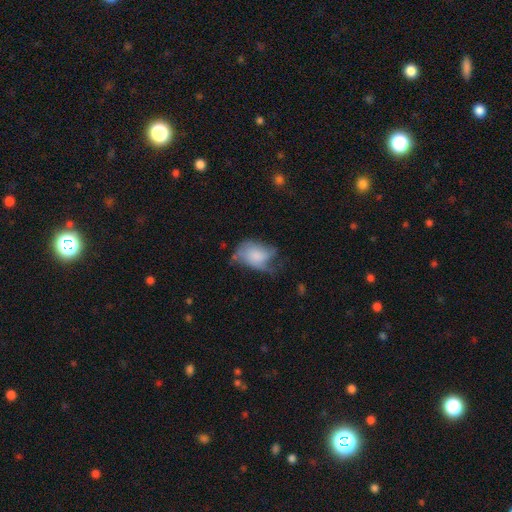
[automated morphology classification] The model was most divided on "merging" (2-way tie): minor disturbance: 34%, major disturbance: 34%, none: 29%, merger: 3%. More confident: how rounded — in between (83%); smooth or featured — smooth (56%).